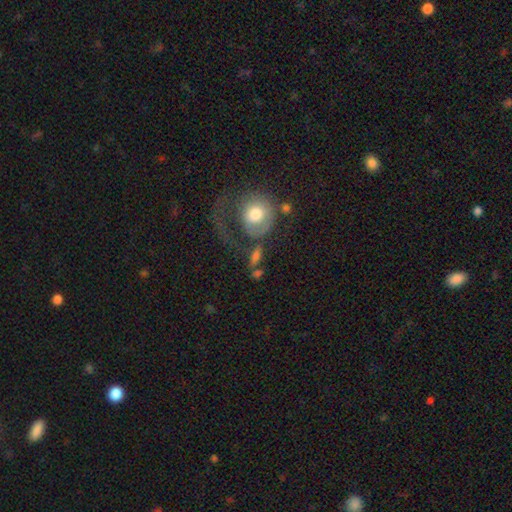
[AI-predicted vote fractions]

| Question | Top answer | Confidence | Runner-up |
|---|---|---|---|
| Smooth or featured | smooth | 54% | featured or disk (35%) |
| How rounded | round | 57% | in between (37%) |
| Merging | none | 36% | major disturbance (33%) |